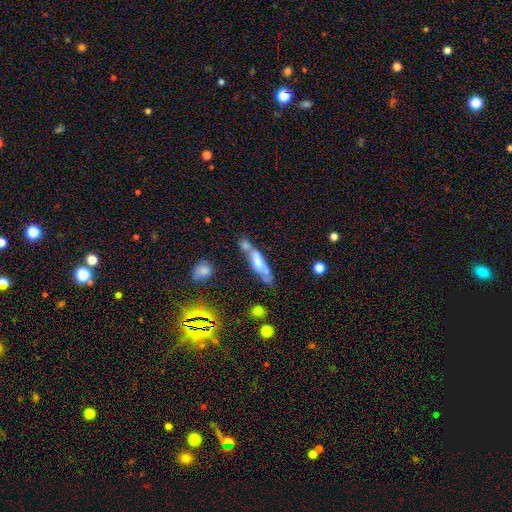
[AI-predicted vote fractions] Smooth or featured: smooth — 48% (featured or disk — 43%)
Merging: merger — 38% (none — 35%)